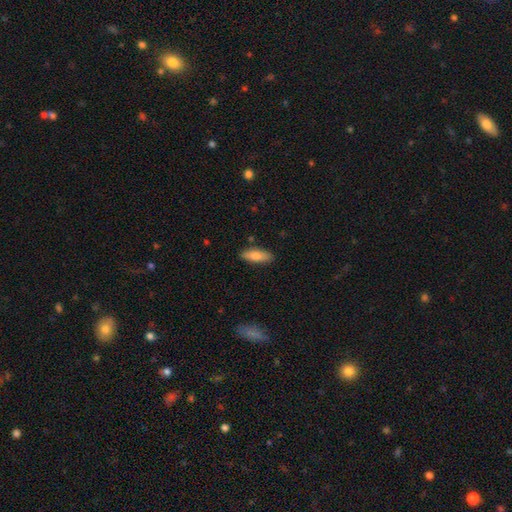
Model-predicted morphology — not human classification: Smooth or featured? Predicted: smooth (p=0.81). How rounded? Predicted: in between (p=0.62). Merging? Predicted: none (p=0.84).